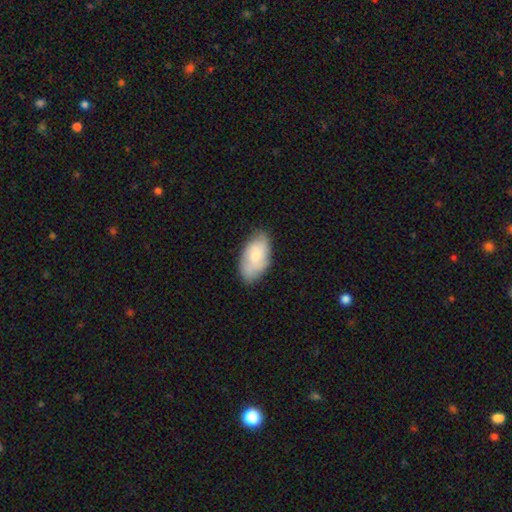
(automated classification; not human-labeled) Smooth or featured? smooth (72%)
How rounded? in between (95%)
Merging? none (72%)